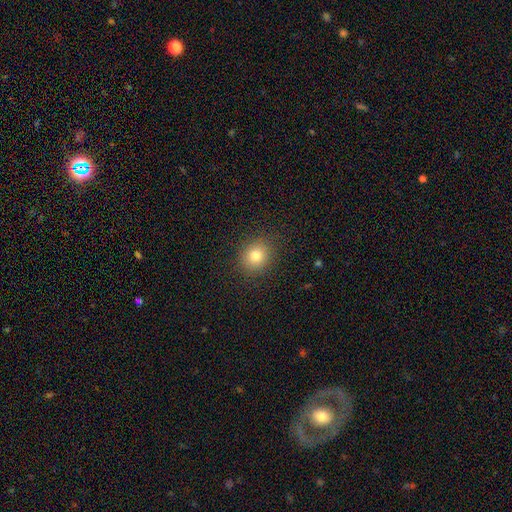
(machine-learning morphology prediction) Smooth or featured? smooth (79%)
How rounded? round (78%)
Merging? none (88%)